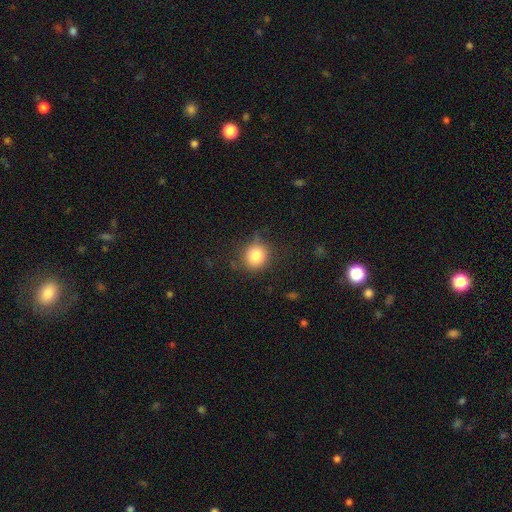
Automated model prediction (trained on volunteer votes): smooth-or-featured: smooth: 81% | star or artifact: 11% | featured or disk: 8%
  how-rounded: round: 87% | in between: 12% | cigar-shaped: 1%
  merging: none: 76% | minor disturbance: 17% | major disturbance: 5% | merger: 1%